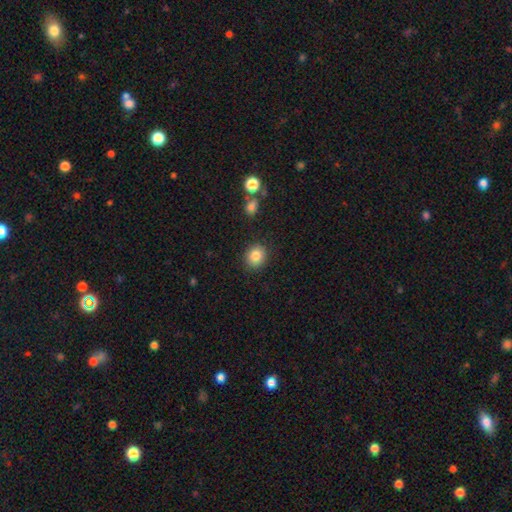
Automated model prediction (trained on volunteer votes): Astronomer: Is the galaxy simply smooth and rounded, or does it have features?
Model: smooth — 85%.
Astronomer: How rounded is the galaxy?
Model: round — 75%.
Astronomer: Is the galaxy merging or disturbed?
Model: none — 88%.